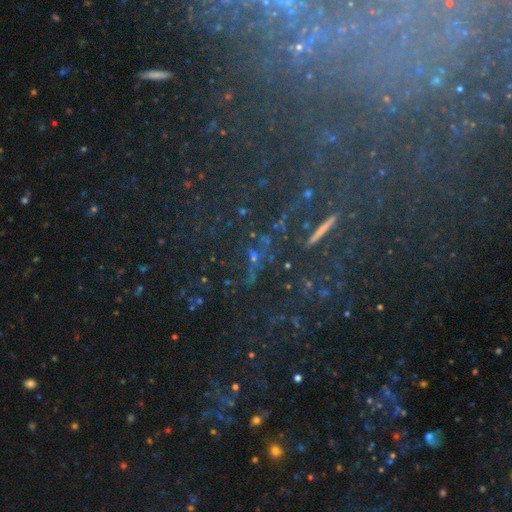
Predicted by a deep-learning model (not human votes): smooth_or_featured: star or artifact (p=0.71) [alt: smooth p=0.15]